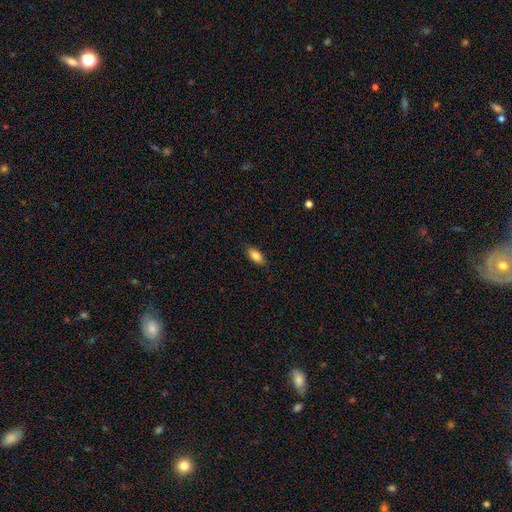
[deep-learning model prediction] Overall: smooth (83%). How rounded: in between (87%). Merging: none (85%).